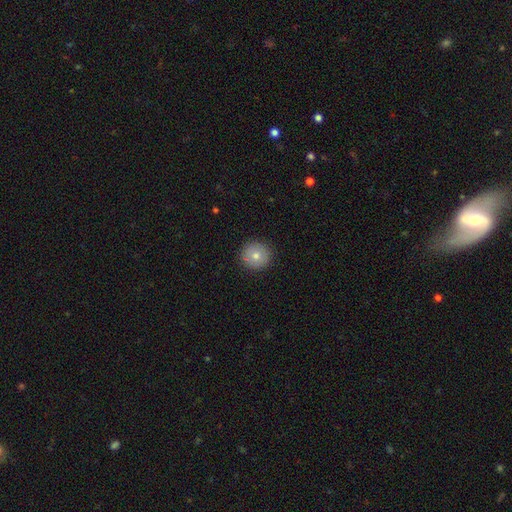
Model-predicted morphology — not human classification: This appears to be a smooth galaxy with no disk features (77%) that is round (94%). Merging: none (89%).